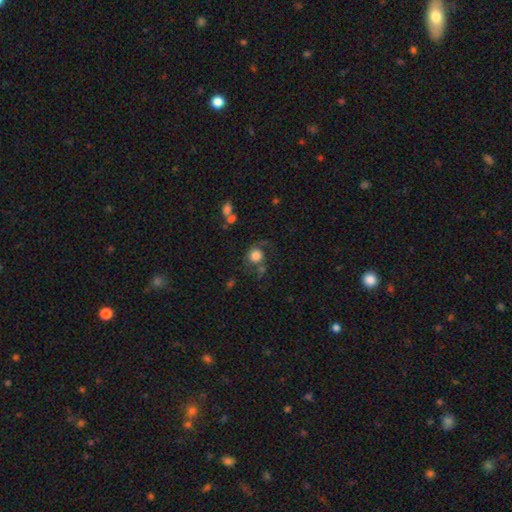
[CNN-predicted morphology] Overall: smooth (72%). How rounded: round (82%). Merging: none (45%; major disturbance 24%).